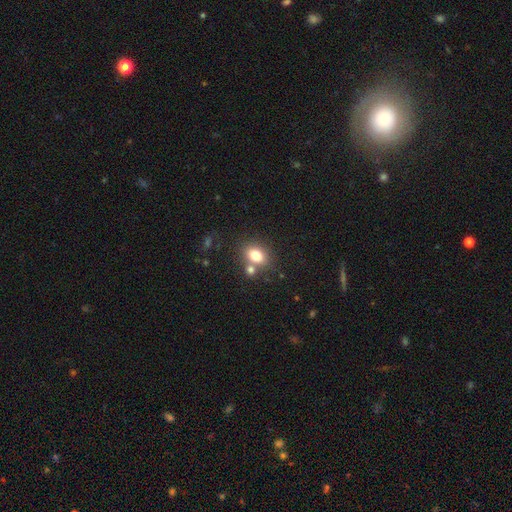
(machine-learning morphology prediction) The model was most divided on "how rounded": in between: 68%, round: 31%, cigar-shaped: 1%. More confident: smooth or featured — smooth (78%); merging — none (61%).